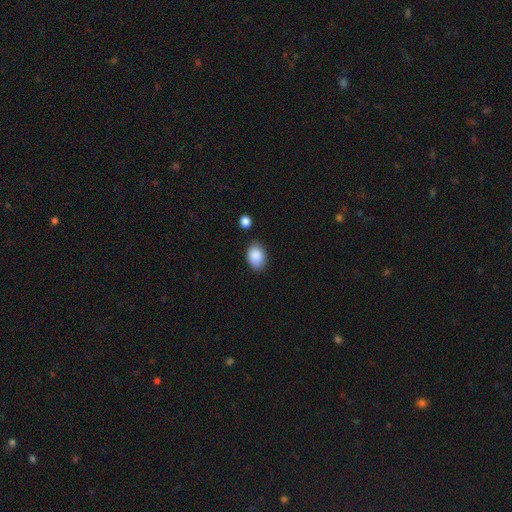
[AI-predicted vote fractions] Smooth or featured: smooth — 88% (star or artifact — 7%)
How rounded: in between — 79% (round — 20%)
Merging: none — 76% (minor disturbance — 17%)